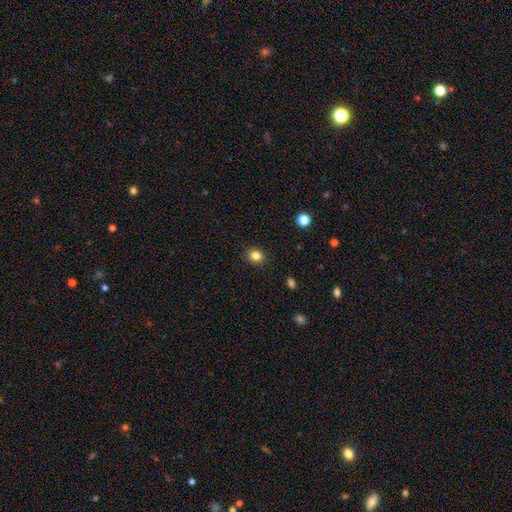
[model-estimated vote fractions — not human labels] Overall: smooth (83%). How rounded: round (73%). Merging: none (90%).